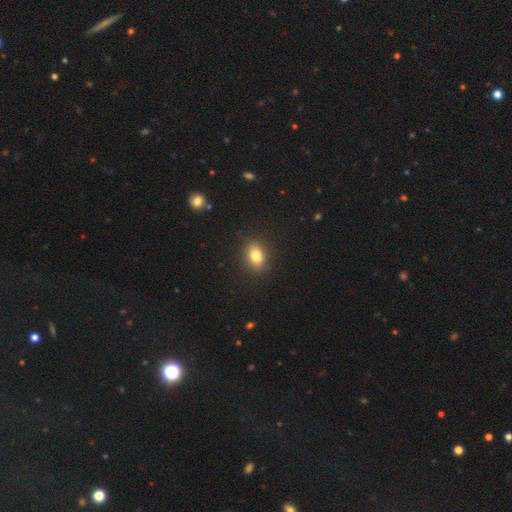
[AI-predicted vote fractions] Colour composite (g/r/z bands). It shows a smooth galaxy with no disk features (82%) that is in between round and cigar-shaped (67%). Merging: none (86%).